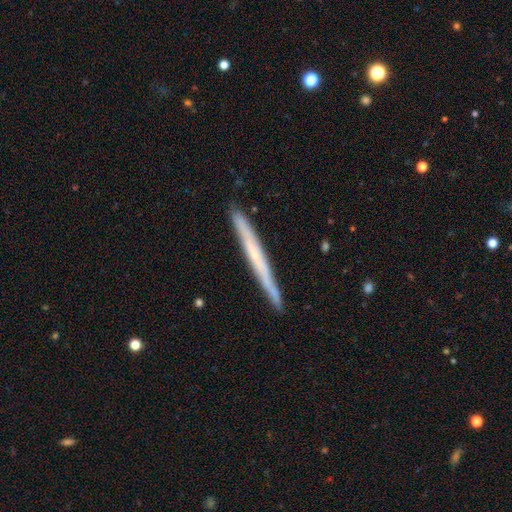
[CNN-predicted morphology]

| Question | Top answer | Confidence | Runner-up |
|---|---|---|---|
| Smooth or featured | featured or disk | 55% | smooth (39%) |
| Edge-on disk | yes | 96% | no (4%) |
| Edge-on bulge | none | 78% | rounded (17%) |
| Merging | none | 89% | minor disturbance (8%) |